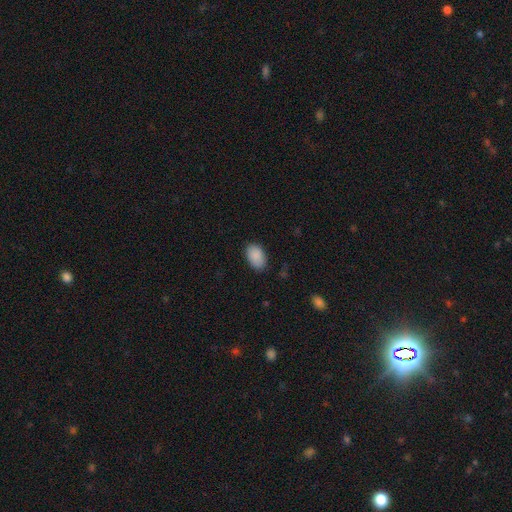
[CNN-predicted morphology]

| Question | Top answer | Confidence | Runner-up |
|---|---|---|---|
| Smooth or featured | smooth | 90% | star or artifact (7%) |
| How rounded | in between | 92% | round (7%) |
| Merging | none | 84% | minor disturbance (12%) |